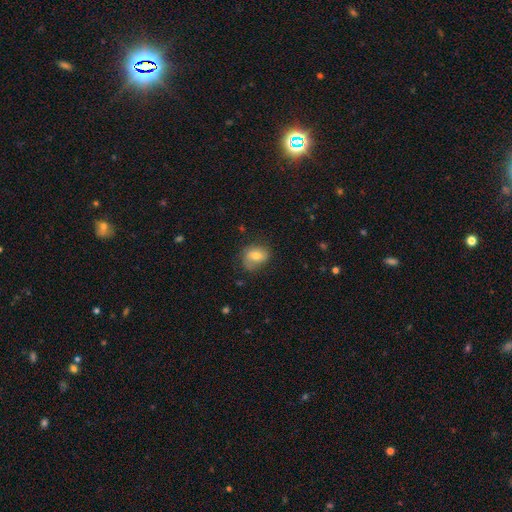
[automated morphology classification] Q: Smooth or featured?
A: smooth (63%); runner-up: featured or disk (28%)
Q: How rounded?
A: in between (61%); runner-up: round (37%)
Q: Merging?
A: none (64%); runner-up: minor disturbance (26%)